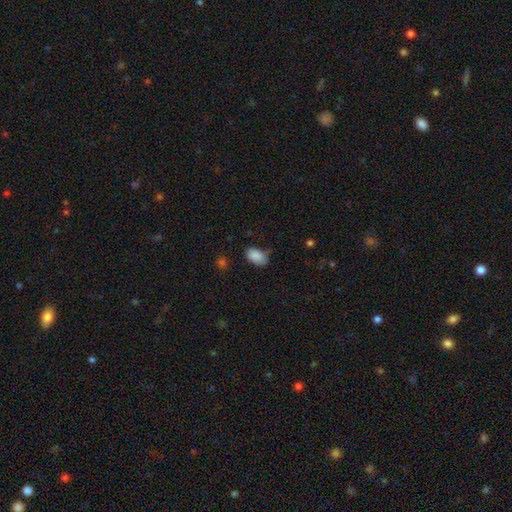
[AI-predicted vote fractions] Overall: smooth (88%). How rounded: in between (91%). Merging: none (69%).